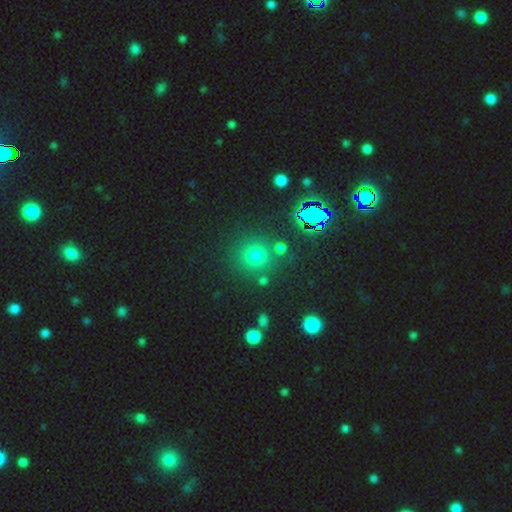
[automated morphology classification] Overall: smooth (67%). How rounded: round (91%). Merging: none (79%).